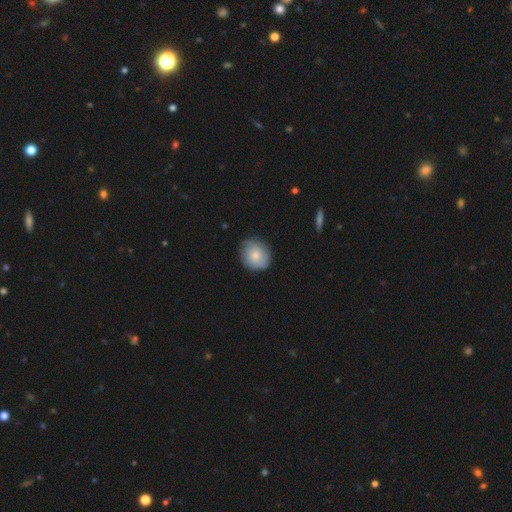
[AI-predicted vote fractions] Smooth or featured?
  - smooth: 68% *
  - featured or disk: 25%
  - star or artifact: 6%
How rounded?
  - round: 78% *
  - in between: 21%
  - cigar-shaped: 1%
Merging?
  - none: 77% *
  - minor disturbance: 19%
  - major disturbance: 4%
  - merger: 1%